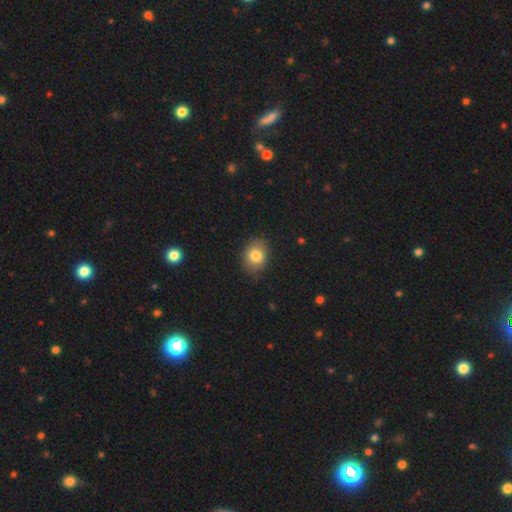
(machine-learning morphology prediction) The model was most divided on "how rounded": in between: 52%, round: 47%, cigar-shaped: 1%. More confident: merging — none (86%); smooth or featured — smooth (81%).